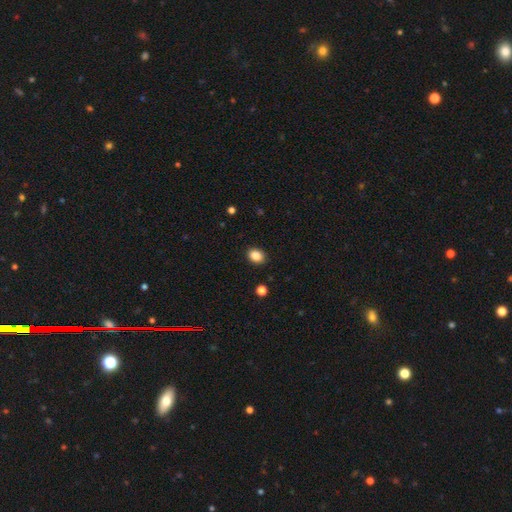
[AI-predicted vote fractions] This appears to be a smooth galaxy with no disk features (87%) that is in between round and cigar-shaped (55%). Merging: none (90%).